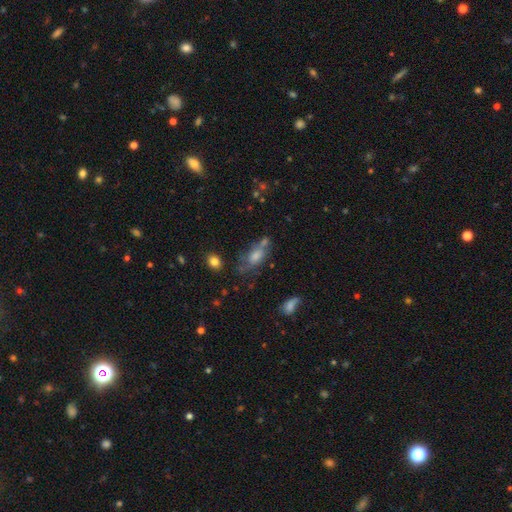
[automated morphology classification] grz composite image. It shows a smooth galaxy with no disk features (50%). Merging: none (47%).